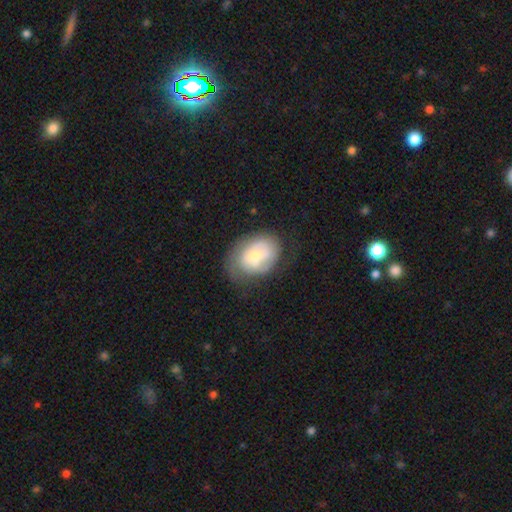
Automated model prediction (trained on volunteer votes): smooth_or_featured: featured or disk (p=0.59) [alt: smooth p=0.35]
disk_edge_on: no (p=0.97) [alt: yes p=0.03]
bar: no (p=0.62) [alt: weak p=0.33]
has_spiral_arms: yes (p=0.72) [alt: no p=0.28]
bulge_size: moderate (p=0.46) [alt: small p=0.45]
merging: none (p=0.57) [alt: minor disturbance p=0.26]